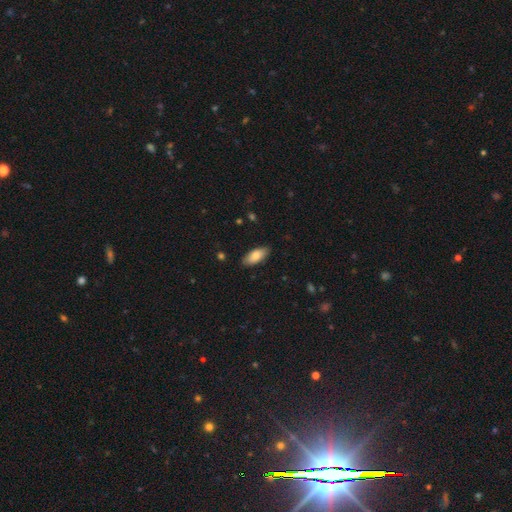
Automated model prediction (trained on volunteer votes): smooth_or_featured: smooth (p=0.82) [alt: featured or disk p=0.12]
how_rounded: in between (p=0.87) [alt: cigar-shaped p=0.11]
merging: none (p=0.86) [alt: minor disturbance p=0.11]